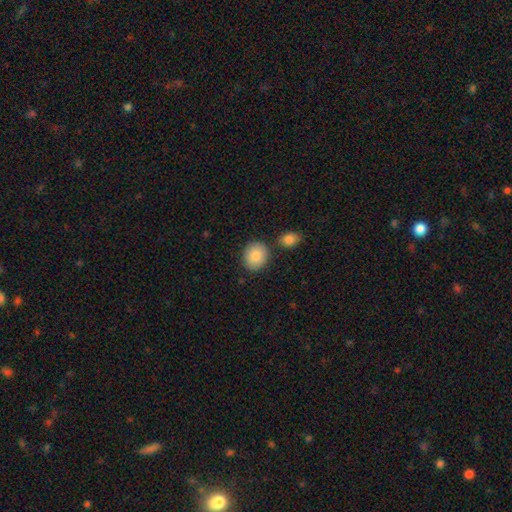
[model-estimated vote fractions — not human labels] The model was most divided on "how rounded": round: 74%, in between: 25%, cigar-shaped: 1%. More confident: smooth or featured — smooth (87%); merging — none (80%).